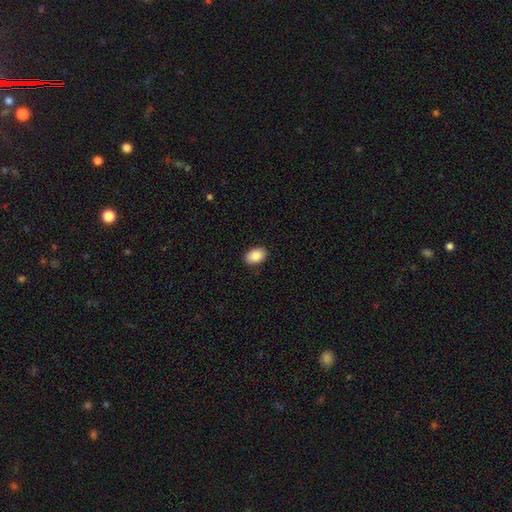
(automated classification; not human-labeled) A smooth galaxy with no disk features (87%) that is in between round and cigar-shaped (87%). Merging: none (90%).